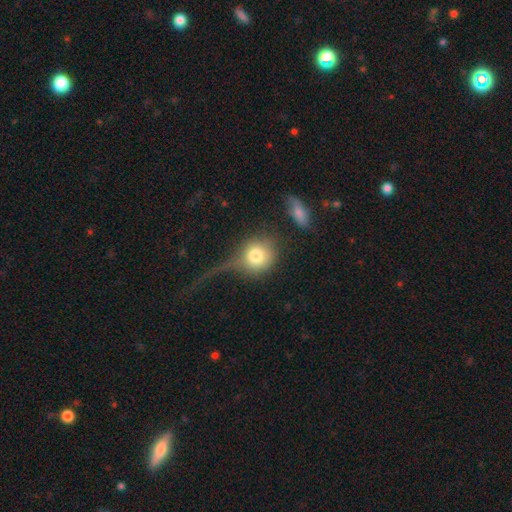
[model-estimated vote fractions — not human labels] smooth 75%, featured or disk 16%, star or artifact 9%. Down the decision tree: how rounded — round (79%); merging — major disturbance (37%).